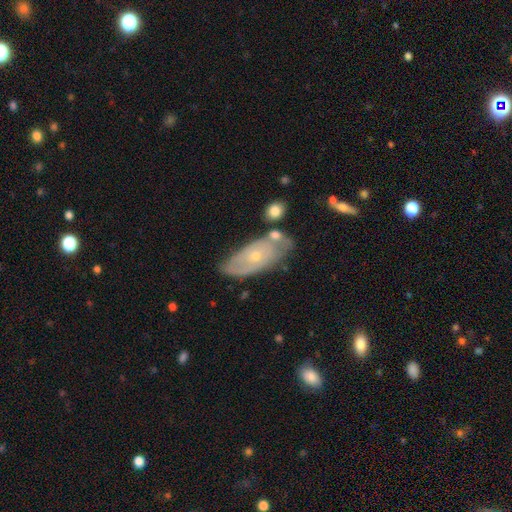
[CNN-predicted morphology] Smooth or featured?
  - featured or disk: 60% *
  - smooth: 33%
  - star or artifact: 7%
Edge-on disk?
  - no: 87% *
  - yes: 13%
Bar?
  - no: 86% *
  - weak: 11%
  - strong: 3%
Spiral arms?
  - no: 50% * (tied)
  - yes: 50% * (tied)
Bulge size?
  - small: 66% *
  - moderate: 31%
  - large: 1%
  - none: 1%
  - dominant: 1%
Merging?
  - none: 61% *
  - minor disturbance: 22%
  - merger: 10%
  - major disturbance: 7%